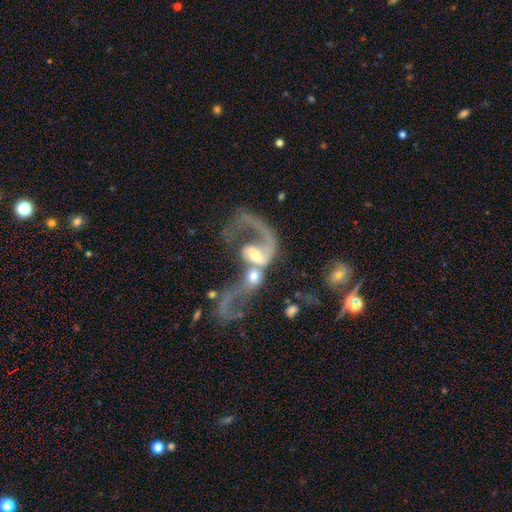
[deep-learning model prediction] Morphology: type=featured or disk (74%); edge-on=no (96%); bar=no (51%); spiral arms=yes (79%); winding=loose (70%); arm count=1 (46%); bulge=moderate (52%); merging=merger (72%).